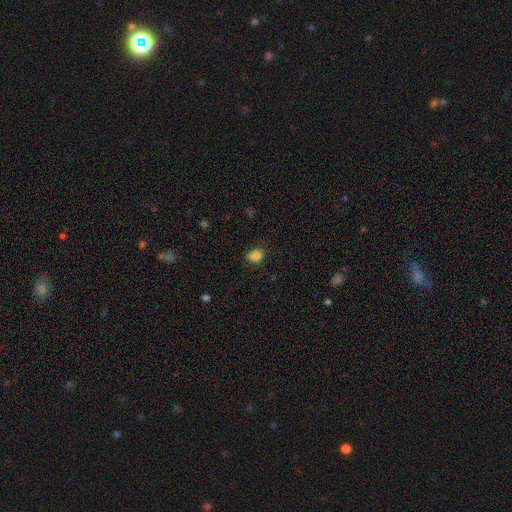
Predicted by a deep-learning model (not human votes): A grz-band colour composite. It shows a smooth galaxy with no disk features (84%) that is round (59%). Merging: none (81%).